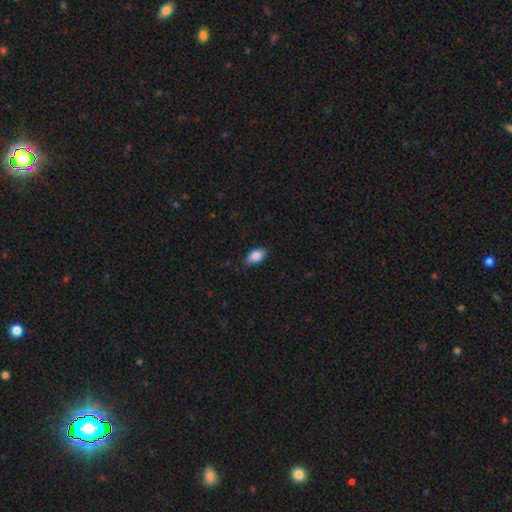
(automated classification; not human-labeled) smooth_or_featured: smooth (p=0.86) [alt: featured or disk p=0.07]
how_rounded: in between (p=0.92) [alt: cigar-shaped p=0.04]
merging: none (p=0.84) [alt: minor disturbance p=0.12]